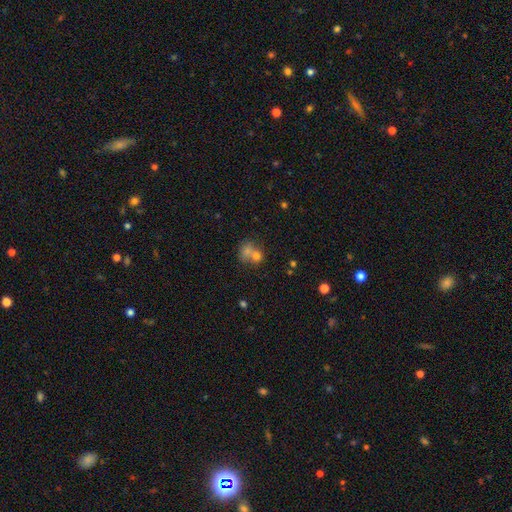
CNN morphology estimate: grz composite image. It shows a smooth galaxy with no disk features (70%) that is round (66%). Merging: merger (62%).